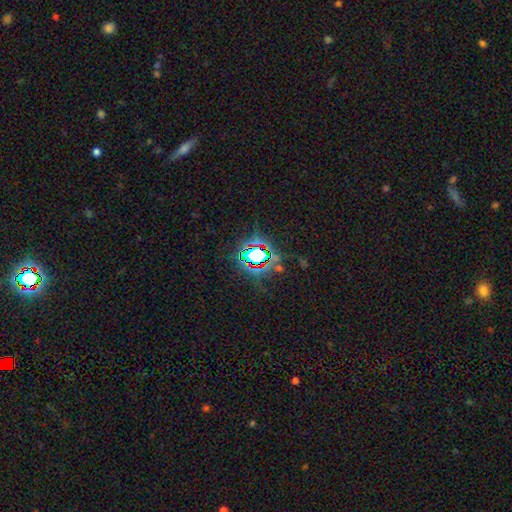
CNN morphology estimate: Overall: star or artifact (73%).